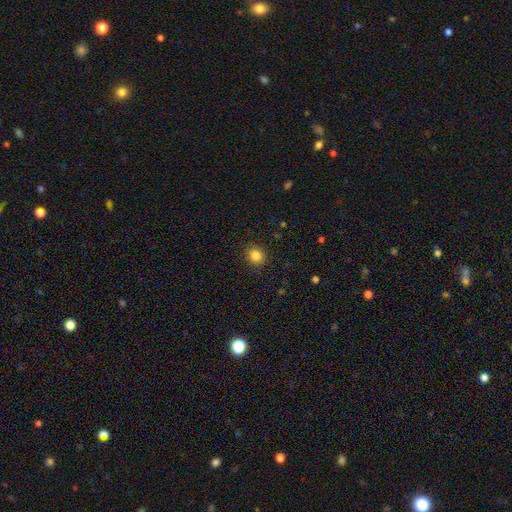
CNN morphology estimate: Overall: smooth (84%). How rounded: round (77%). Merging: none (89%).